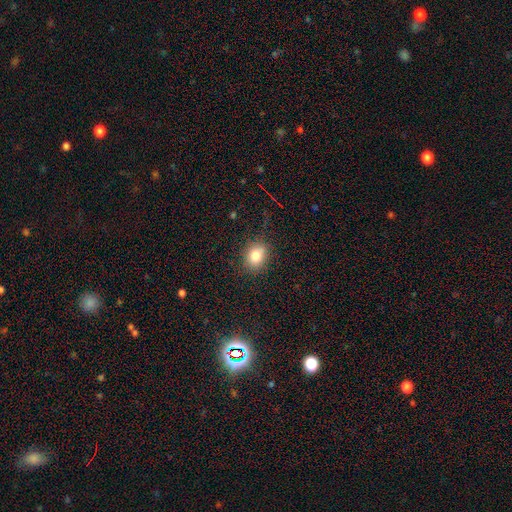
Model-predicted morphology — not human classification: This is clearly a smooth galaxy (80%). How rounded: possibly in between (50%). Merging: clearly none (84%).